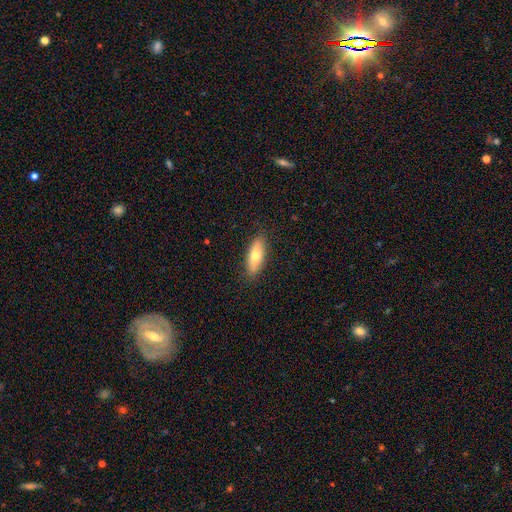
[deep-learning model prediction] This appears to be a smooth galaxy with no disk features (64%) that is in between round and cigar-shaped (55%). Merging: none (87%).